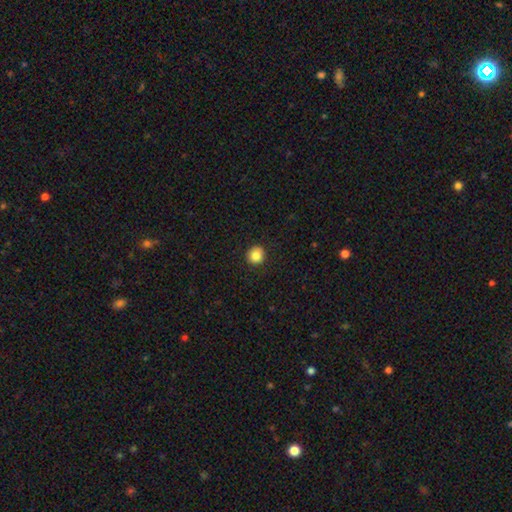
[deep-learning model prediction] A smooth galaxy with no disk features (84%) that is round (92%). Merging: none (90%).